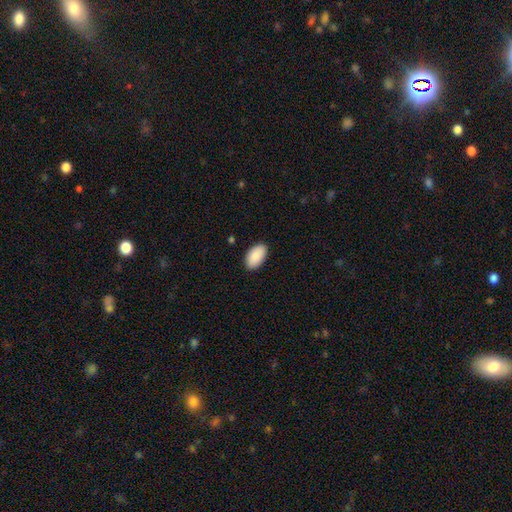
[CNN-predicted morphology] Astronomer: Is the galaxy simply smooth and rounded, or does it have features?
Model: smooth — 89%.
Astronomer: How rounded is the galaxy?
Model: in between — 96%.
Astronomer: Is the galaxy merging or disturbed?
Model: none — 88%.